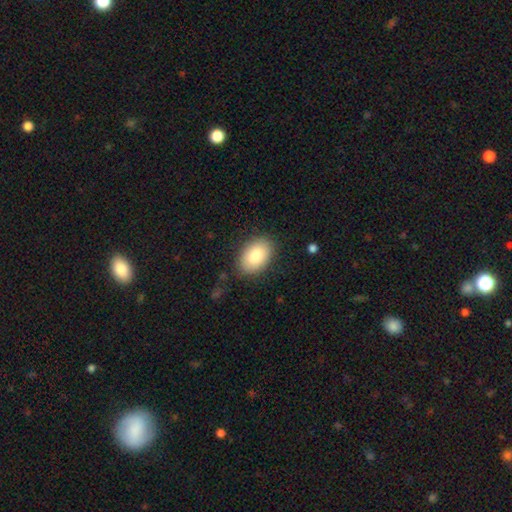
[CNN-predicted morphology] Overall: smooth (85%). How rounded: in between (90%). Merging: none (86%).